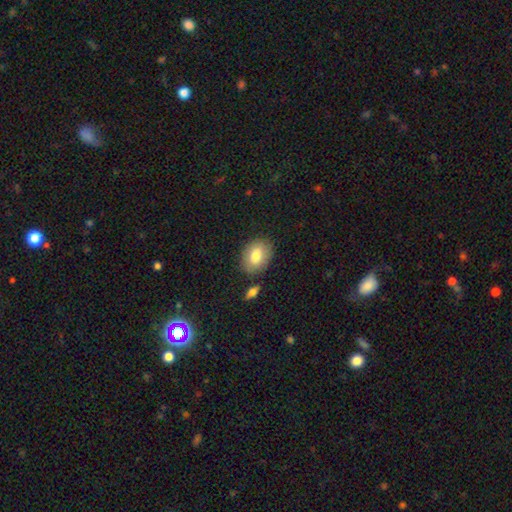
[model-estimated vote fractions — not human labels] The model was most divided on "how rounded": in between: 73%, round: 25%, cigar-shaped: 1%. More confident: smooth or featured — smooth (79%); merging — none (78%).